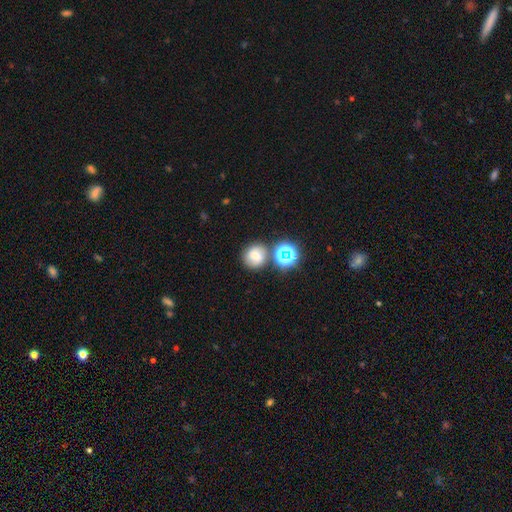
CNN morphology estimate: smooth-or-featured: smooth: 62% | featured or disk: 20% | star or artifact: 19%
  how-rounded: round: 82% | in between: 17% | cigar-shaped: 1%
  merging: none: 65% | merger: 16% | minor disturbance: 14% | major disturbance: 5%